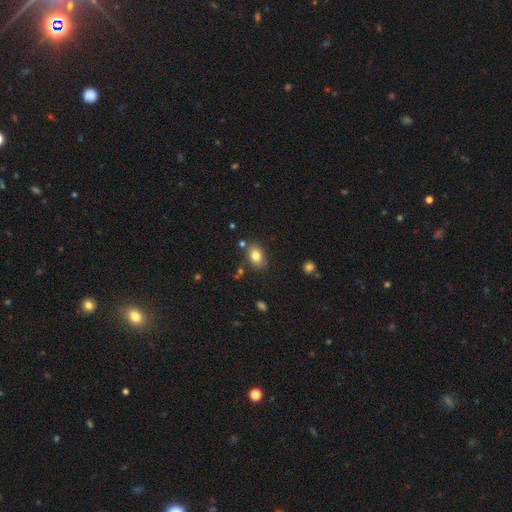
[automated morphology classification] type=smooth (81%); roundness=in between (79%); merging=none (77%).